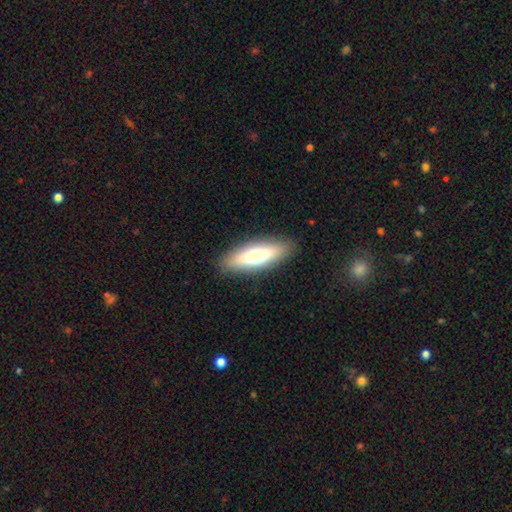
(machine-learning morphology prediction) Smooth or featured? Predicted: smooth (p=0.62). How rounded? Predicted: cigar-shaped (p=0.50). Merging? Predicted: none (p=0.89).